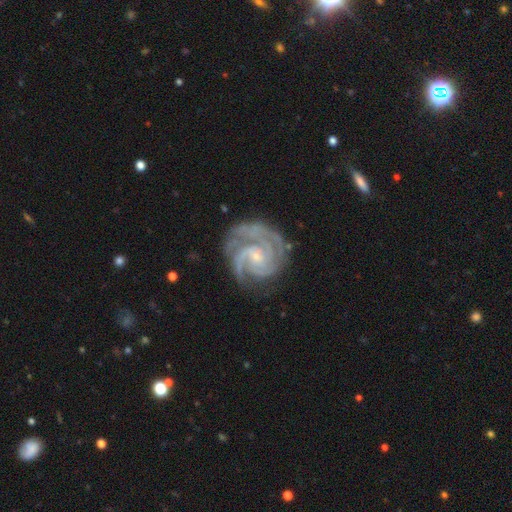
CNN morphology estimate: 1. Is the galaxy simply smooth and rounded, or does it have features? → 92% featured or disk, 4% star or artifact, 4% smooth.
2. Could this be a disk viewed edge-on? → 98% no, 2% yes.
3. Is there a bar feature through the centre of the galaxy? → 61% no, 31% weak, 8% strong.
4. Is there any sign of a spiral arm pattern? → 98% yes, 2% no.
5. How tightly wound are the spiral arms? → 64% tight, 32% medium, 4% loose.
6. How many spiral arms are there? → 46% 3, 24% 2, 10% 4, 10% can't tell, 5% 1, 5% more than 4.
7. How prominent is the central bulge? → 79% small, 14% moderate, 5% none, 1% large, 1% dominant.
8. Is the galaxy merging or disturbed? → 68% none, 20% minor disturbance, 10% major disturbance, 2% merger.